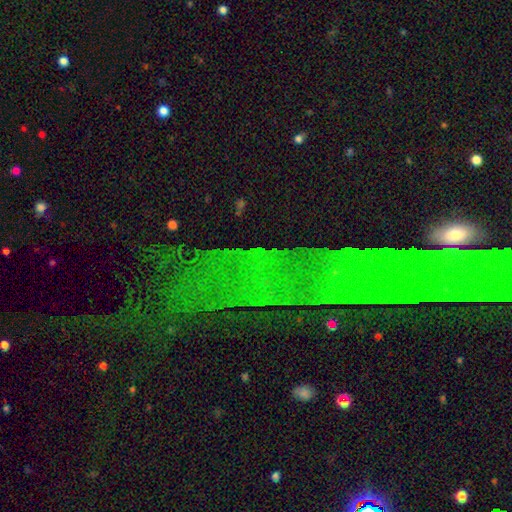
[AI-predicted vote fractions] Smooth or featured? star or artifact (72%)